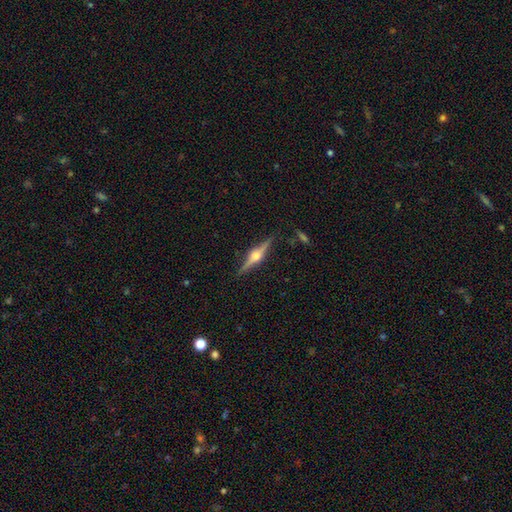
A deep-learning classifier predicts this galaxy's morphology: Smooth or featured?
  - featured or disk: 82% *
  - smooth: 13%
  - star or artifact: 6%
Edge-on disk?
  - yes: 98% *
  - no: 2%
Edge-on bulge?
  - rounded: 95% *
  - boxy: 4%
  - none: 2%
Merging?
  - none: 89% *
  - minor disturbance: 8%
  - major disturbance: 2%
  - merger: 2%